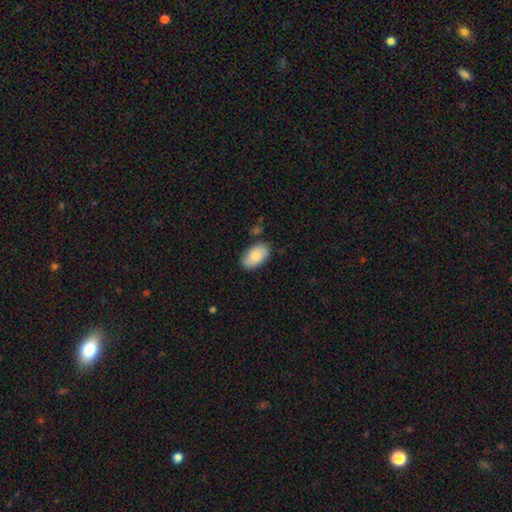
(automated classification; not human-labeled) Q: Smooth or featured?
A: smooth (83%); runner-up: featured or disk (11%)
Q: How rounded?
A: in between (94%); runner-up: round (4%)
Q: Merging?
A: none (78%); runner-up: minor disturbance (15%)